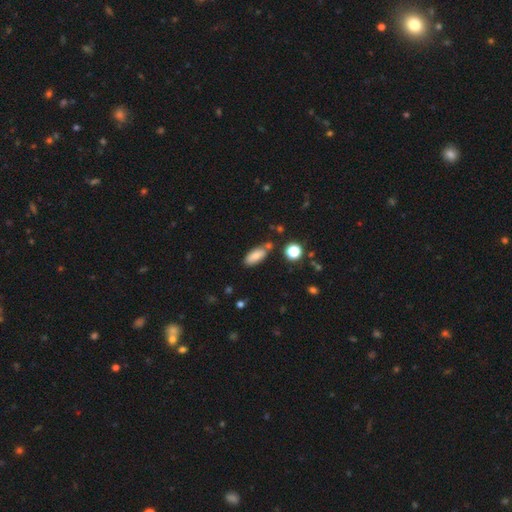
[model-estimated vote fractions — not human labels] smooth-or-featured: smooth: 81% | featured or disk: 10% | star or artifact: 8%
  how-rounded: in between: 83% | cigar-shaped: 14% | round: 3%
  merging: none: 73% | minor disturbance: 15% | merger: 8% | major disturbance: 4%